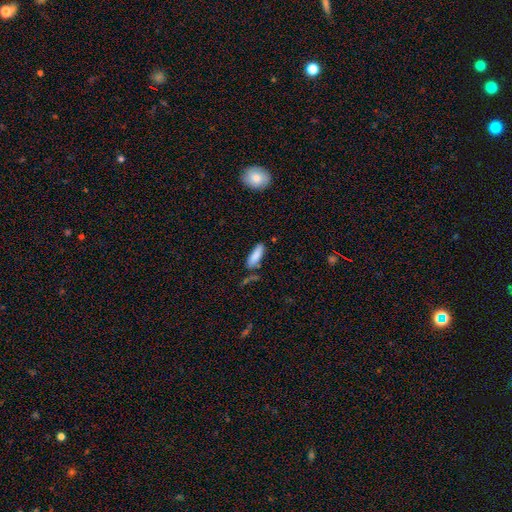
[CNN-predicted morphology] Q: Smooth or featured?
A: smooth (85%); runner-up: featured or disk (8%)
Q: How rounded?
A: in between (54%); runner-up: cigar-shaped (44%)
Q: Merging?
A: none (65%); runner-up: minor disturbance (21%)